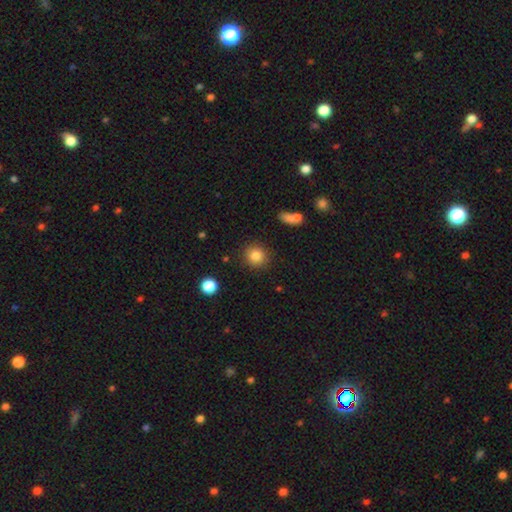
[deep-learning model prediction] smooth 84%, star or artifact 10%, featured or disk 6%. Down the decision tree: how rounded — round (89%); merging — none (88%).